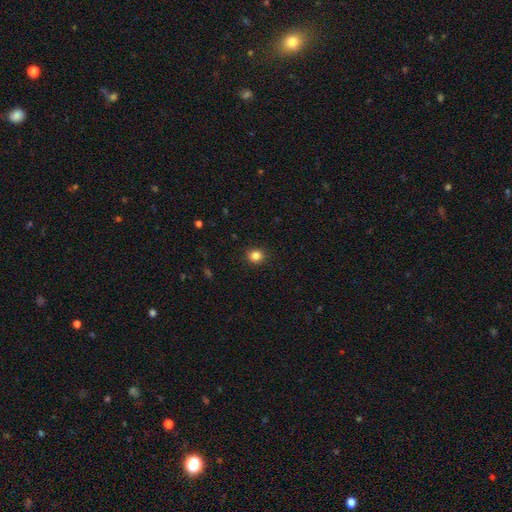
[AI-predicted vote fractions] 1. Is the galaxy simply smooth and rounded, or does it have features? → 84% smooth, 12% star or artifact, 4% featured or disk.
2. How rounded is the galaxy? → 84% round, 15% in between, 1% cigar-shaped.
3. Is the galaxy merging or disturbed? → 91% none, 7% minor disturbance, 2% major disturbance, 1% merger.